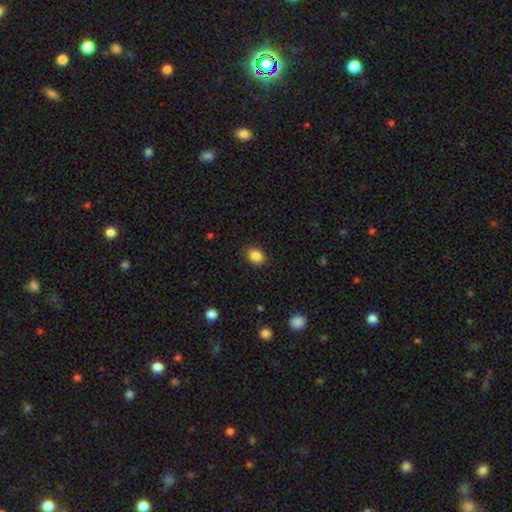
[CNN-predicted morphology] Smooth or featured? smooth (86%)
How rounded? in between (61%)
Merging? none (86%)